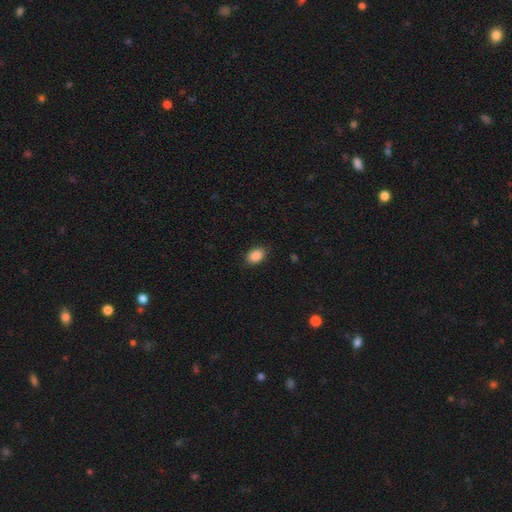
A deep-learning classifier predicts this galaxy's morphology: smooth_or_featured: smooth (p=0.89) [alt: star or artifact p=0.08]
how_rounded: in between (p=0.82) [alt: round p=0.17]
merging: none (p=0.87) [alt: minor disturbance p=0.10]